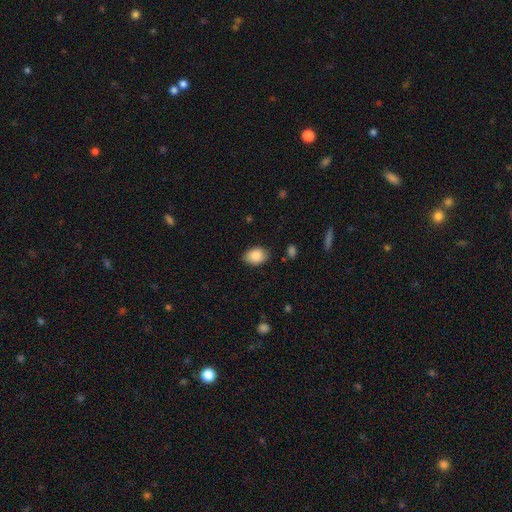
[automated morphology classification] A smooth galaxy with no disk features (87%) that is in between round and cigar-shaped (81%).

Vote fractions:
- Smooth or featured? smooth: 87% / star or artifact: 7% / featured or disk: 6%
- How rounded? in between: 81% / round: 17% / cigar-shaped: 1%
- Merging? none: 83% / minor disturbance: 13% / major disturbance: 3% / merger: 1%